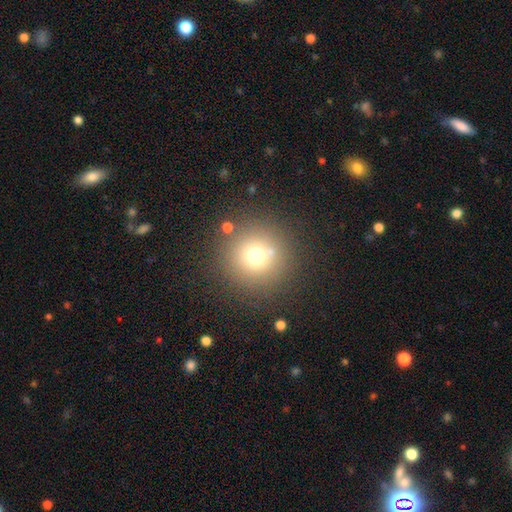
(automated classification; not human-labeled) smooth-or-featured: smooth: 70% | star or artifact: 18% | featured or disk: 12%
  how-rounded: round: 96% | in between: 3% | cigar-shaped: 1%
  merging: none: 83% | minor disturbance: 7% | merger: 5% | major disturbance: 4%